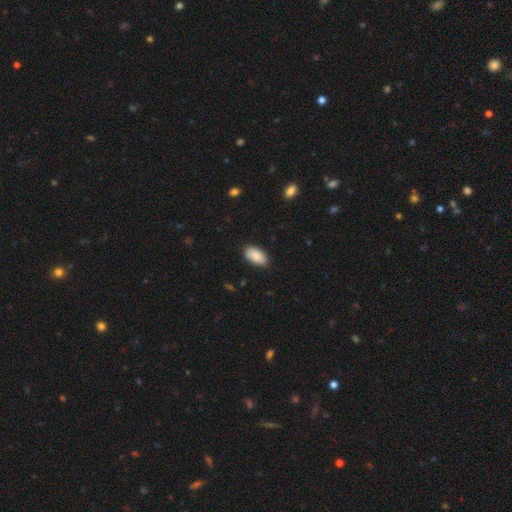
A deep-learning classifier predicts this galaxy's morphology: A smooth galaxy with no disk features (87%) that is in between round and cigar-shaped (95%).

Vote fractions:
- Smooth or featured? smooth: 87% / featured or disk: 6% / star or artifact: 6%
- How rounded? in between: 95% / round: 3% / cigar-shaped: 2%
- Merging? none: 85% / minor disturbance: 12% / major disturbance: 2% / merger: 1%